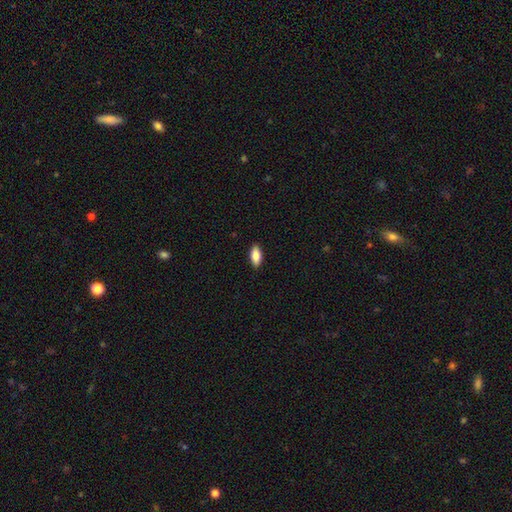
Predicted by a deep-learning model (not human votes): This appears to be a smooth galaxy with no disk features (83%) that is in between round and cigar-shaped (86%). Merging: none (89%).